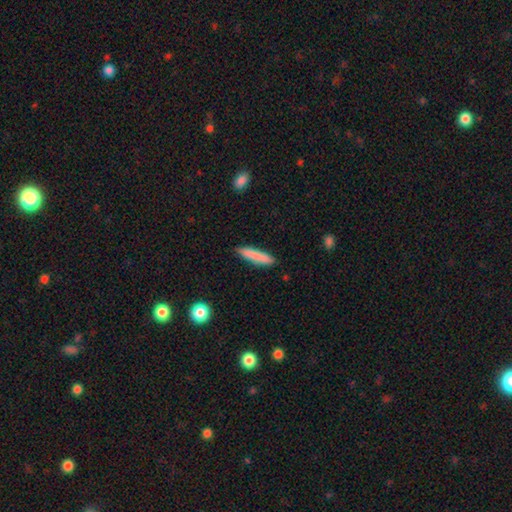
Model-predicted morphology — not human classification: Smooth or featured? smooth (83%)
How rounded? cigar-shaped (89%)
Merging? none (88%)